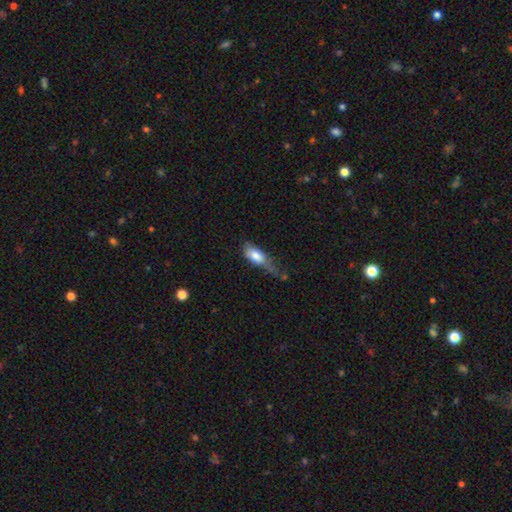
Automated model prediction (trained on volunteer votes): This appears to be a smooth galaxy with no disk features (76%) that is in between round and cigar-shaped (79%). Merging: major disturbance (37%).